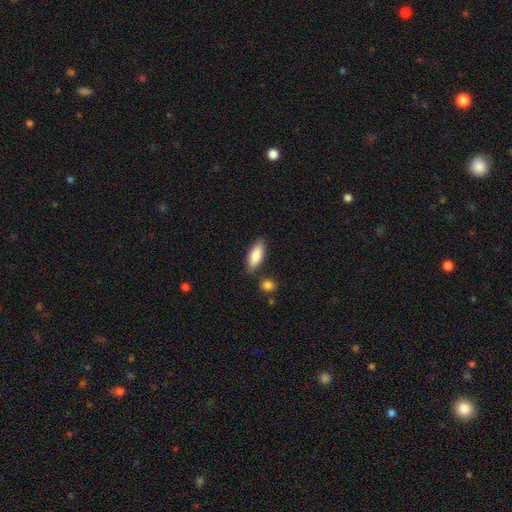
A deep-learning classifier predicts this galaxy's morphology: smooth_or_featured: smooth (p=0.85) [alt: featured or disk p=0.09]
how_rounded: in between (p=0.79) [alt: cigar-shaped p=0.19]
merging: none (p=0.77) [alt: minor disturbance p=0.14]